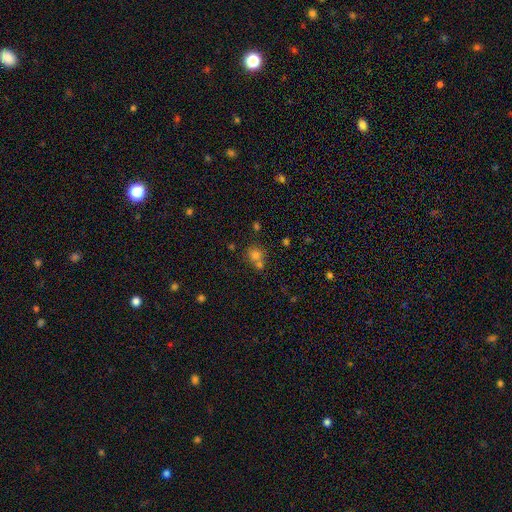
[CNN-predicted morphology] A smooth galaxy with no disk features (68%) that is round (84%).

Vote fractions:
- Smooth or featured? smooth: 68% / star or artifact: 21% / featured or disk: 11%
- How rounded? round: 84% / in between: 15% / cigar-shaped: 1%
- Merging? none: 51% / merger: 38% / minor disturbance: 7% / major disturbance: 3%